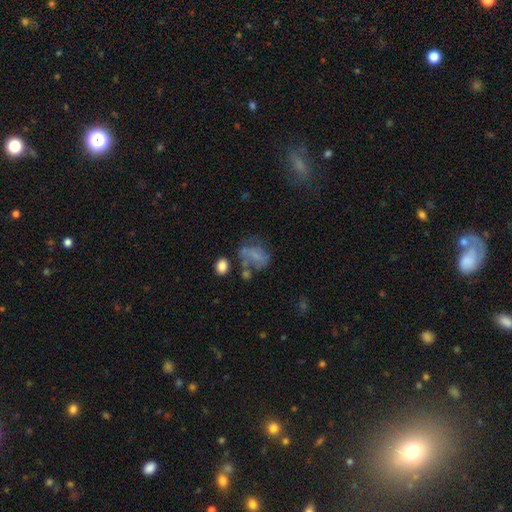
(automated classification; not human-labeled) smooth_or_featured: smooth (p=0.60) [alt: featured or disk p=0.27]
how_rounded: in between (p=0.71) [alt: round p=0.27]
merging: none (p=0.38) [alt: major disturbance p=0.27]